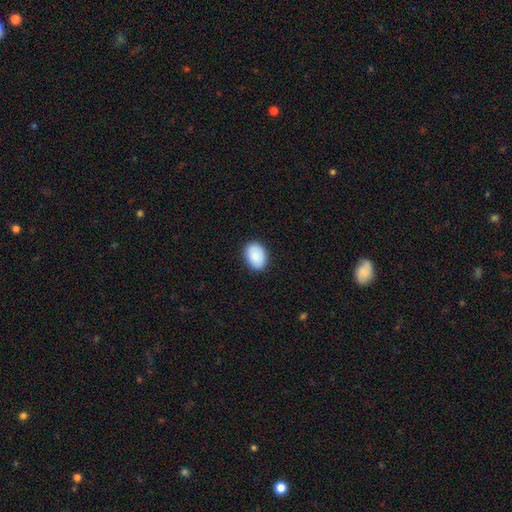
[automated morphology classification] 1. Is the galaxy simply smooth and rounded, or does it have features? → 89% smooth, 6% star or artifact, 5% featured or disk.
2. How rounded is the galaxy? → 82% in between, 17% round, 1% cigar-shaped.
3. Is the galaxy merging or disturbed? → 87% none, 10% minor disturbance, 2% major disturbance, 1% merger.